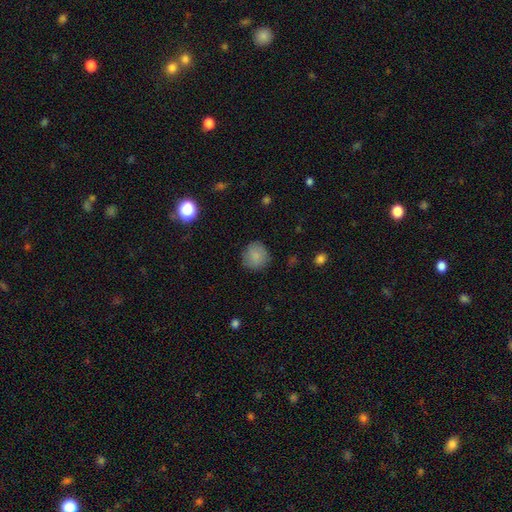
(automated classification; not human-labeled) Smooth or featured?
  - smooth: 85% *
  - star or artifact: 8%
  - featured or disk: 7%
How rounded?
  - round: 89% *
  - in between: 10%
  - cigar-shaped: 1%
Merging?
  - none: 83% *
  - minor disturbance: 13%
  - major disturbance: 3%
  - merger: 1%